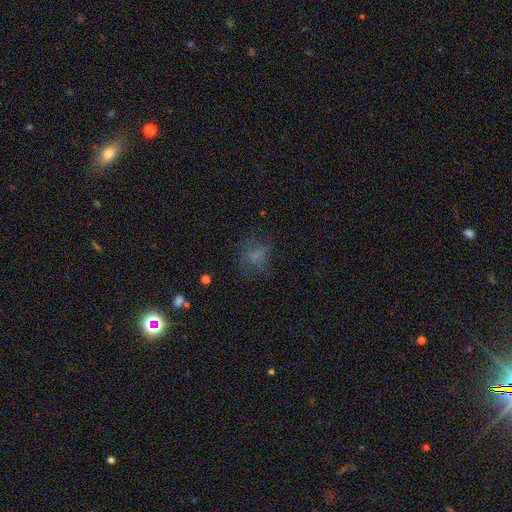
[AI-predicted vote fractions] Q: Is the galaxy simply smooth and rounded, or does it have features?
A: smooth — 58%.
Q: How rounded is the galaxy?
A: round — 53%.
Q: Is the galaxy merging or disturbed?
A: none — 57%.